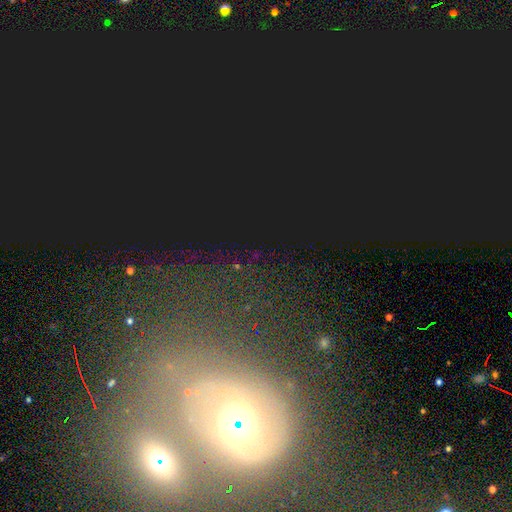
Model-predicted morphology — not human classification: Q: Smooth or featured?
A: star or artifact (83%); runner-up: smooth (11%)